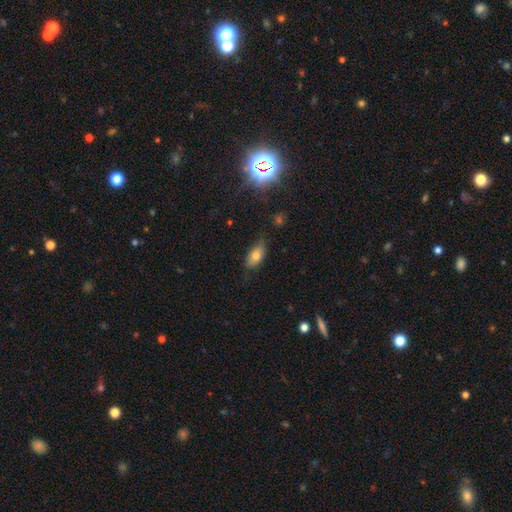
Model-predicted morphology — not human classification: smooth-or-featured: smooth: 77% | featured or disk: 14% | star or artifact: 9%
  how-rounded: in between: 89% | cigar-shaped: 7% | round: 5%
  merging: none: 67% | minor disturbance: 26% | major disturbance: 5% | merger: 2%